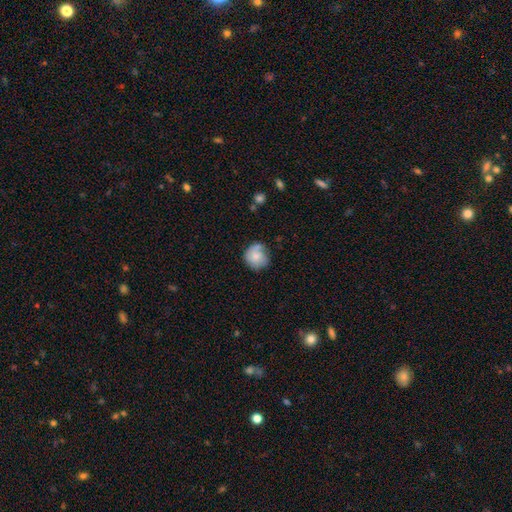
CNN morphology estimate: smooth_or_featured: smooth (p=0.70) [alt: featured or disk p=0.22]
how_rounded: round (p=0.83) [alt: in between p=0.16]
merging: none (p=0.55) [alt: minor disturbance p=0.28]